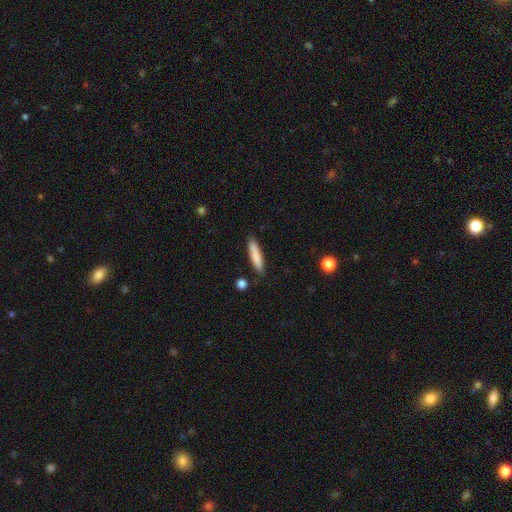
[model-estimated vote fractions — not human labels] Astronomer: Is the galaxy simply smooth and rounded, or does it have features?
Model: smooth — 82%.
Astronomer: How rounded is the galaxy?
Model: cigar-shaped — 86%.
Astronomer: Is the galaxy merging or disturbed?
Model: none — 87%.